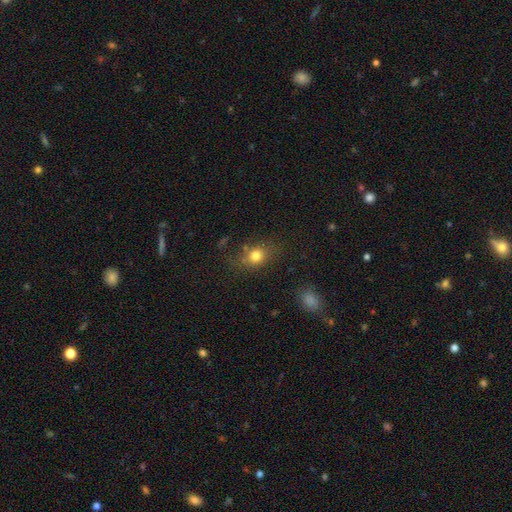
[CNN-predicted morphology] type=smooth (78%); roundness=round (52%); merging=none (71%).